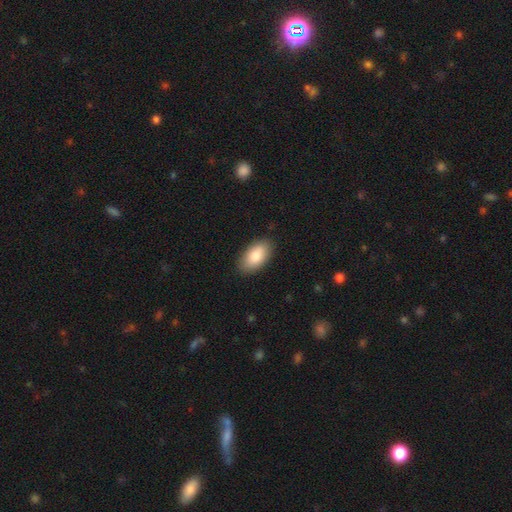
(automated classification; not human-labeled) A smooth galaxy with no disk features (84%) that is in between round and cigar-shaped (94%). Merging: none (87%).